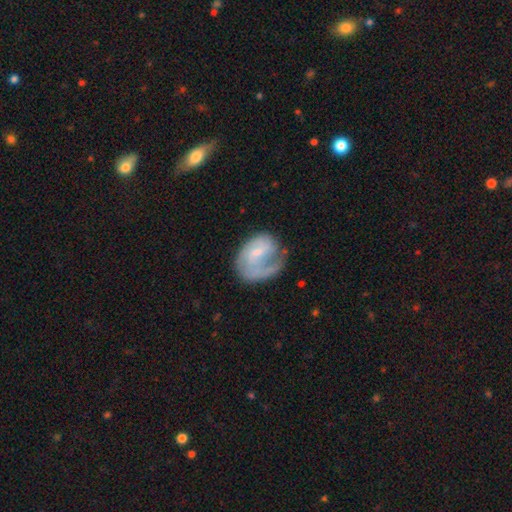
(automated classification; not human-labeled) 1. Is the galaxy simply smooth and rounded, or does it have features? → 65% featured or disk, 28% smooth, 6% star or artifact.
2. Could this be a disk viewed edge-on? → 97% no, 3% yes.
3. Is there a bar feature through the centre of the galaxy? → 48% weak, 41% no, 11% strong.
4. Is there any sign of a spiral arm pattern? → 81% yes, 19% no.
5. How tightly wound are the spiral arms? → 36% medium, 35% tight, 28% loose.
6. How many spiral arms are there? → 63% 1, 20% 2, 13% can't tell, 2% 3, 1% 4, 1% more than 4.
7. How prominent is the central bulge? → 59% small, 25% moderate, 12% none, 2% large, 1% dominant.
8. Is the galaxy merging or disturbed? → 40% none, 33% major disturbance, 24% minor disturbance, 4% merger.